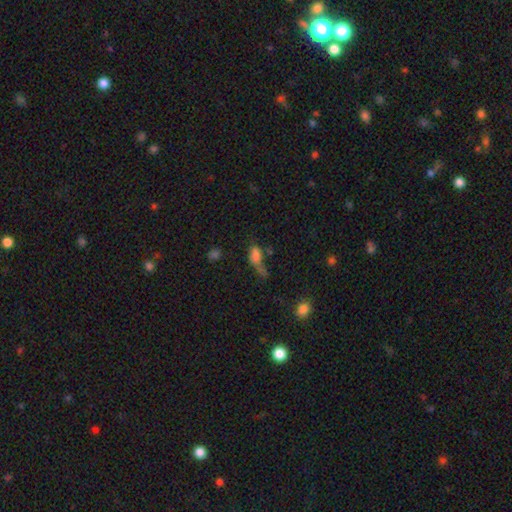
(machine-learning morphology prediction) Overall: smooth (67%). How rounded: in between (78%). Merging: major disturbance (36%; none 23%).